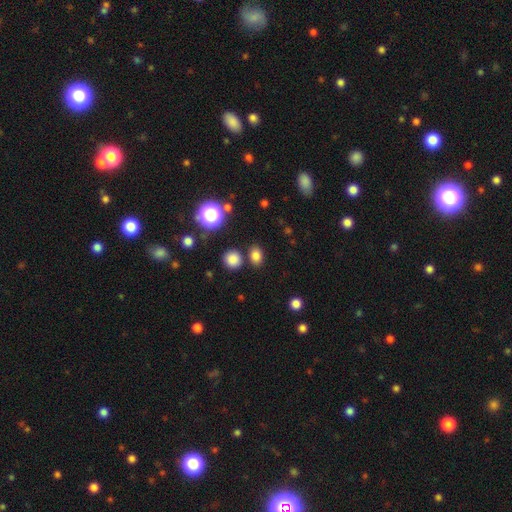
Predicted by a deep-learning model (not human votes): Smooth or featured? smooth (79%)
How rounded? in between (59%)
Merging? none (79%)